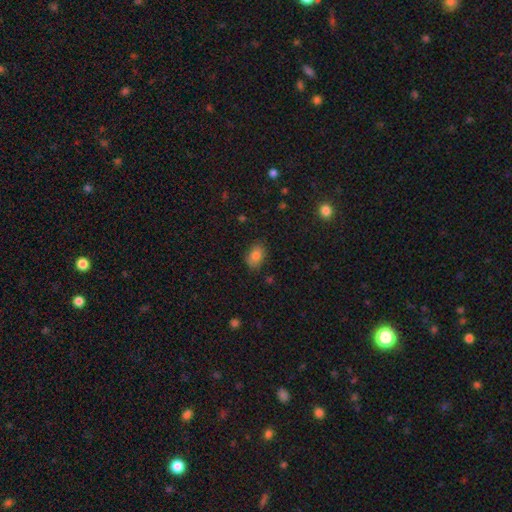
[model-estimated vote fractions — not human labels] A smooth galaxy with no disk features (83%) that is in between round and cigar-shaped (83%).

Vote fractions:
- Smooth or featured? smooth: 83% / star or artifact: 10% / featured or disk: 7%
- How rounded? in between: 83% / round: 16% / cigar-shaped: 1%
- Merging? none: 80% / minor disturbance: 15% / major disturbance: 3% / merger: 1%